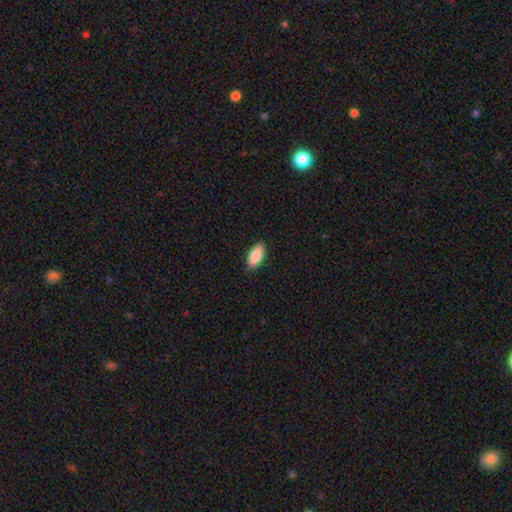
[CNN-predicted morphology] A smooth galaxy with no disk features (87%) that is in between round and cigar-shaped (88%).

Vote fractions:
- Smooth or featured? smooth: 87% / featured or disk: 7% / star or artifact: 6%
- How rounded? in between: 88% / cigar-shaped: 9% / round: 2%
- Merging? none: 88% / minor disturbance: 9% / major disturbance: 2% / merger: 1%